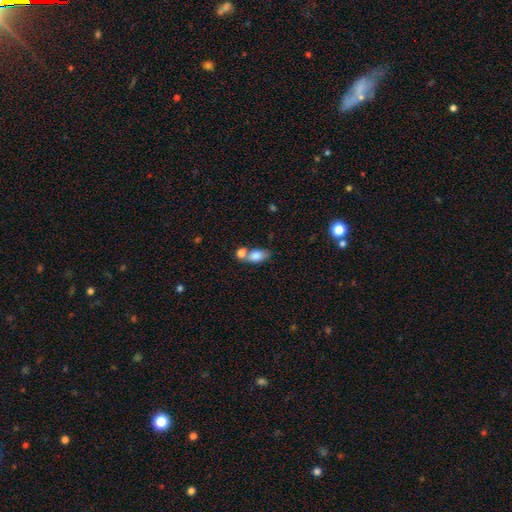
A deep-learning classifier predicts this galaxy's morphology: Smooth or featured? smooth (79%)
How rounded? in between (85%)
Merging? merger (45%)